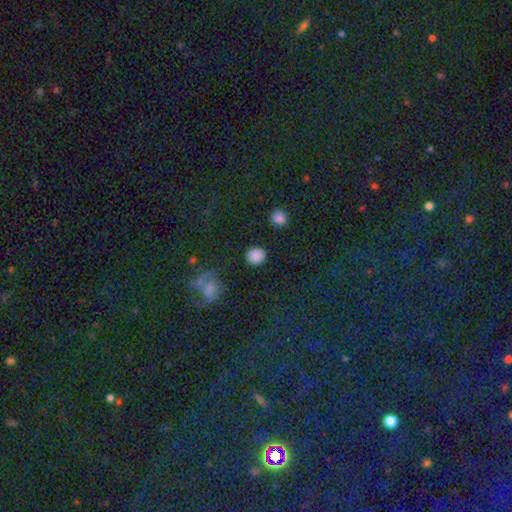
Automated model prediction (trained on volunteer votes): Q: Smooth or featured?
A: smooth (86%); runner-up: star or artifact (11%)
Q: How rounded?
A: round (83%); runner-up: in between (15%)
Q: Merging?
A: none (88%); runner-up: minor disturbance (7%)